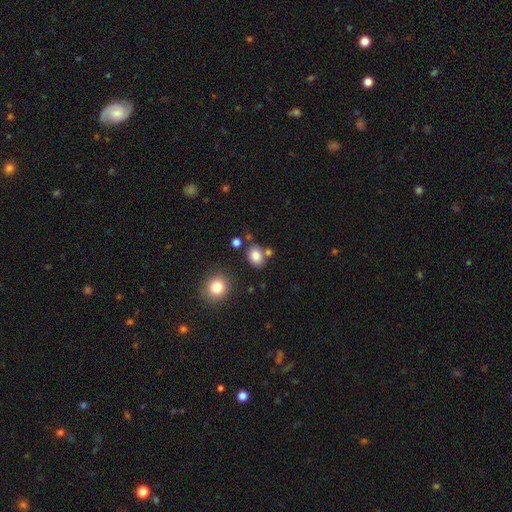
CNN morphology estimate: Smooth or featured: smooth — 83% (star or artifact — 10%)
How rounded: in between — 64% (round — 35%)
Merging: none — 72% (minor disturbance — 13%)